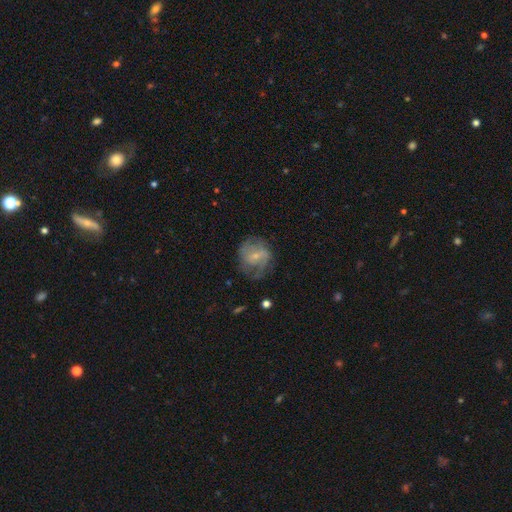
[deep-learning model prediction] This appears to be a featured or disk galaxy (61%) with a weak bar (45%), spiral arms (79%) and a small central bulge (68%). Merging: none (55%).